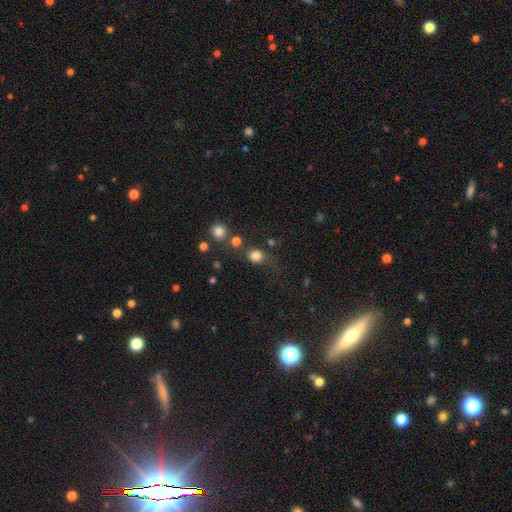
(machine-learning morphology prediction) Smooth or featured?
  - smooth: 80% *
  - star or artifact: 14%
  - featured or disk: 6%
How rounded?
  - round: 74% *
  - in between: 25%
  - cigar-shaped: 1%
Merging?
  - none: 59% *
  - minor disturbance: 18%
  - major disturbance: 13%
  - merger: 10%